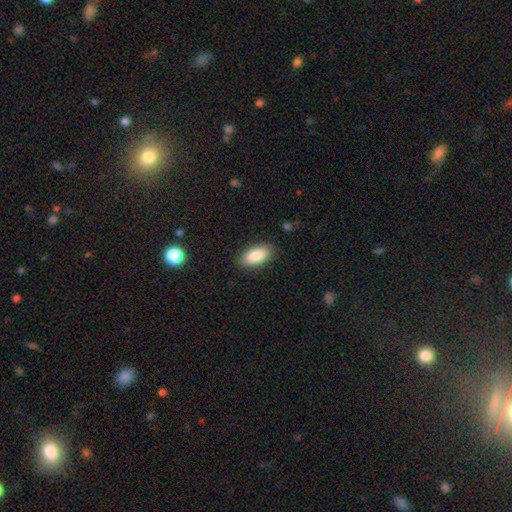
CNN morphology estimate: Smooth or featured: smooth — 88% (star or artifact — 6%)
How rounded: in between — 92% (cigar-shaped — 6%)
Merging: none — 87% (minor disturbance — 10%)